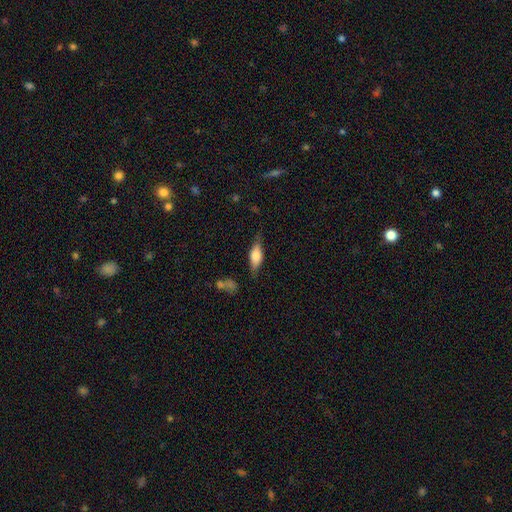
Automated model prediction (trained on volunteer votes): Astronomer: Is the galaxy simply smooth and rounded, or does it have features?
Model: smooth — 61%.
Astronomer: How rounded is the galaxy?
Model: in between — 68%.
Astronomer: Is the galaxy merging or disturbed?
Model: none — 72%.